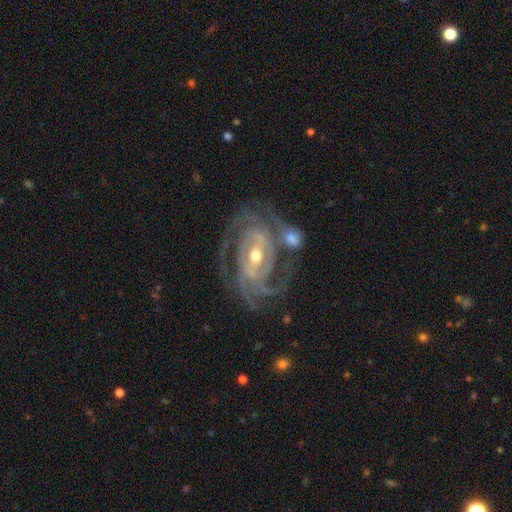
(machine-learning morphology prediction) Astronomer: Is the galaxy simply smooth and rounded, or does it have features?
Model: featured or disk — 91%.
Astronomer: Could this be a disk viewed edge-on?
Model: no — 97%.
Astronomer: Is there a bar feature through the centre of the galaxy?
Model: weak — 38% (runner-up: no, 32%).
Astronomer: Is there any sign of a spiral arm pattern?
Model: yes — 98%.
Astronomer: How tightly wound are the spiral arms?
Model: tight — 69%.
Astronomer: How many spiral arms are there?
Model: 2 — 36% (runner-up: 3, 27%).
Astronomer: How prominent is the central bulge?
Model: small — 50% (runner-up: moderate, 47%).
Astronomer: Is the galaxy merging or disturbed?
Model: none — 63%.